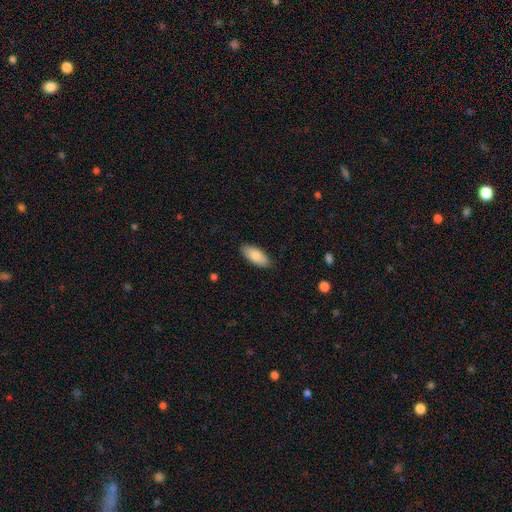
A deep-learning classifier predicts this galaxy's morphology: The model was most divided on "smooth or featured": smooth: 84%, featured or disk: 11%, star or artifact: 6%. More confident: how rounded — in between (88%); merging — none (87%).